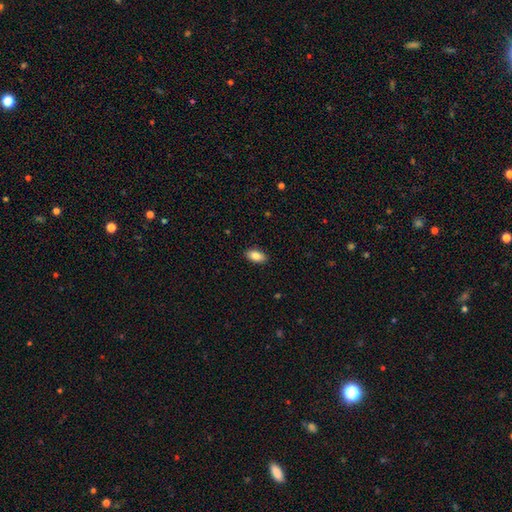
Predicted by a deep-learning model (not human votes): Q: Smooth or featured?
A: smooth (84%); runner-up: featured or disk (9%)
Q: How rounded?
A: in between (92%); runner-up: round (4%)
Q: Merging?
A: none (89%); runner-up: minor disturbance (8%)